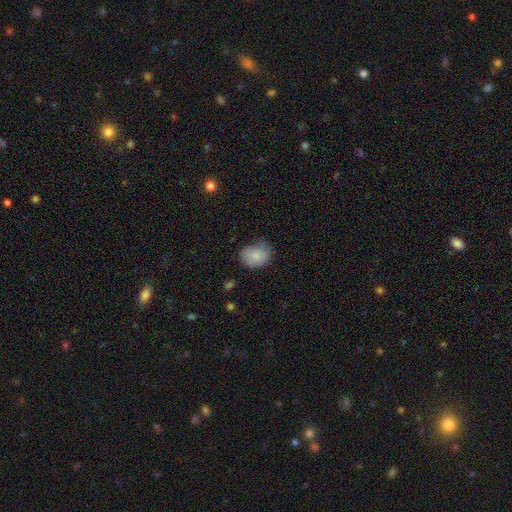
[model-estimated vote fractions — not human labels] smooth 83%, featured or disk 10%, star or artifact 8%. Down the decision tree: how rounded — in between (56%); merging — none (61%).